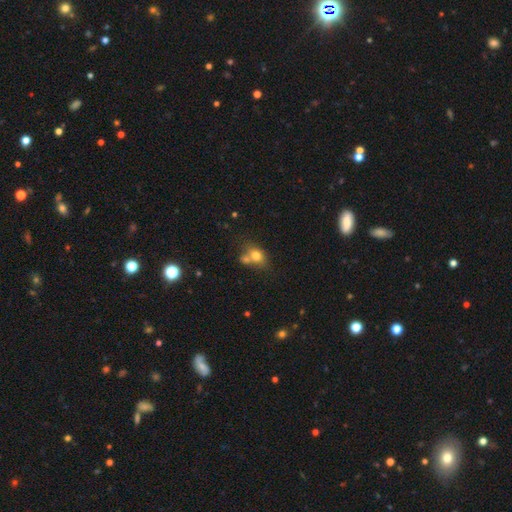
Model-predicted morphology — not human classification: Q: Smooth or featured?
A: smooth (75%); runner-up: featured or disk (14%)
Q: How rounded?
A: round (51%); runner-up: in between (47%)
Q: Merging?
A: none (41%); runner-up: merger (40%)